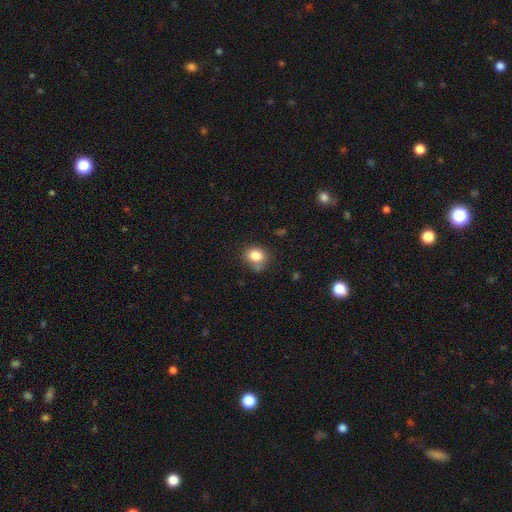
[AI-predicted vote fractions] Overall: smooth (83%). How rounded: round (68%; in between 31%). Merging: none (69%).